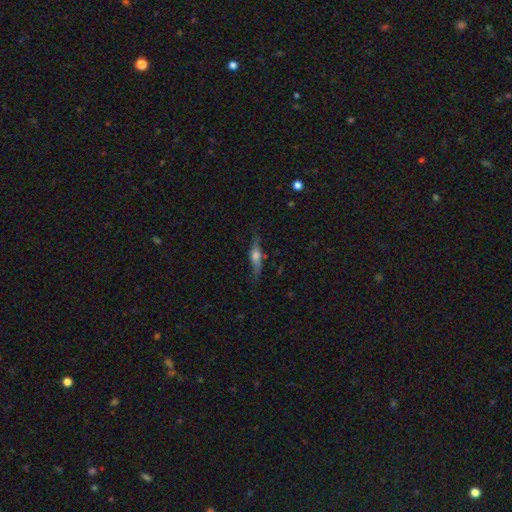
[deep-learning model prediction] A featured or disk galaxy (48%).

Vote fractions:
- Smooth or featured? featured or disk: 48% / smooth: 45% / star or artifact: 8%
- Merging? none: 70% / minor disturbance: 21% / major disturbance: 7% / merger: 2%